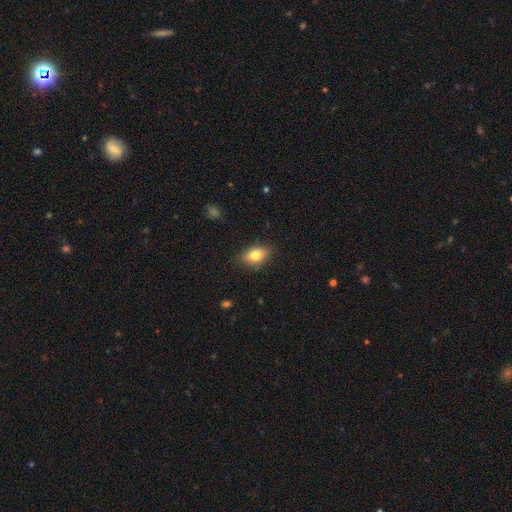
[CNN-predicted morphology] This appears to be a smooth galaxy with no disk features (78%) that is in between round and cigar-shaped (83%). Merging: none (83%).